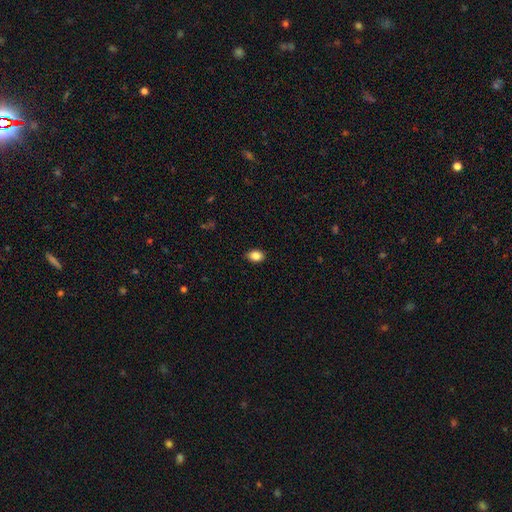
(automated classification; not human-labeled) Smooth or featured: smooth — 85% (star or artifact — 9%)
How rounded: in between — 78% (round — 21%)
Merging: none — 88% (minor disturbance — 9%)